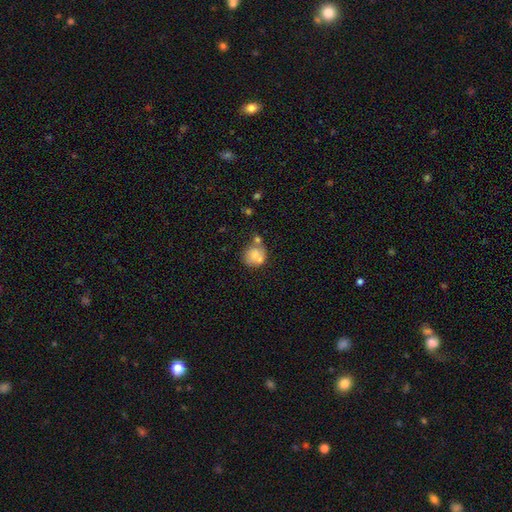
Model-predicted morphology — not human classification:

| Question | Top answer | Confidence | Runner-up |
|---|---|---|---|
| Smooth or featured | smooth | 70% | featured or disk (22%) |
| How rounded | round | 80% | in between (19%) |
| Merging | none | 44% | merger (29%) |